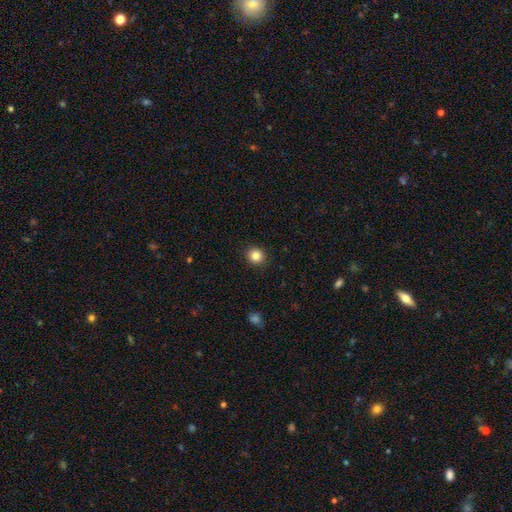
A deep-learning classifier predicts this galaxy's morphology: This appears to be a smooth galaxy with no disk features (84%) that is round (87%). Merging: none (92%).